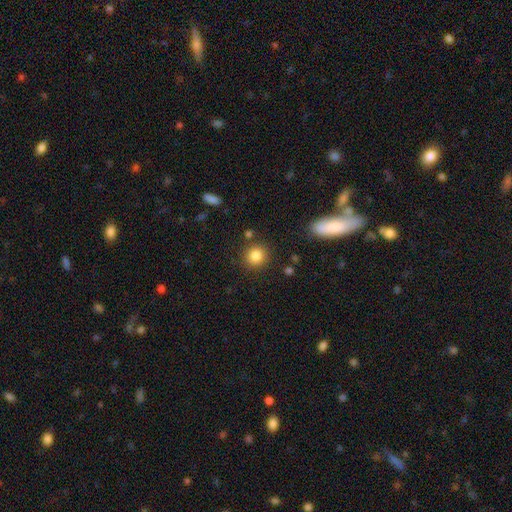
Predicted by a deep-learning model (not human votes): smooth-or-featured: smooth: 84% | star or artifact: 11% | featured or disk: 5%
  how-rounded: round: 89% | in between: 10% | cigar-shaped: 1%
  merging: none: 85% | minor disturbance: 8% | merger: 4% | major disturbance: 3%